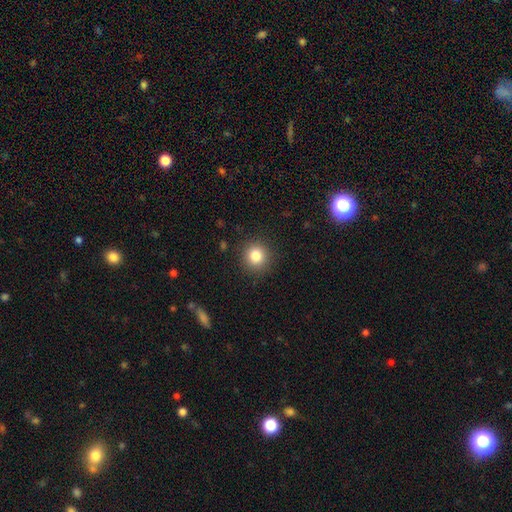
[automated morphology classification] smooth-or-featured: smooth: 83% | star or artifact: 11% | featured or disk: 6%
  how-rounded: round: 92% | in between: 7% | cigar-shaped: 1%
  merging: none: 90% | minor disturbance: 7% | major disturbance: 2% | merger: 1%